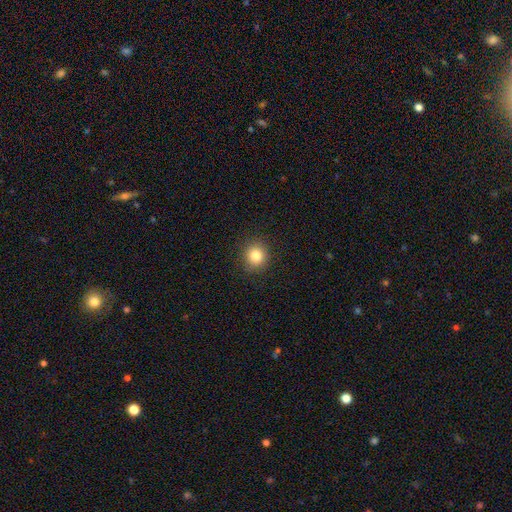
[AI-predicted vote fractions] Overall: smooth (83%). How rounded: round (87%). Merging: none (90%).